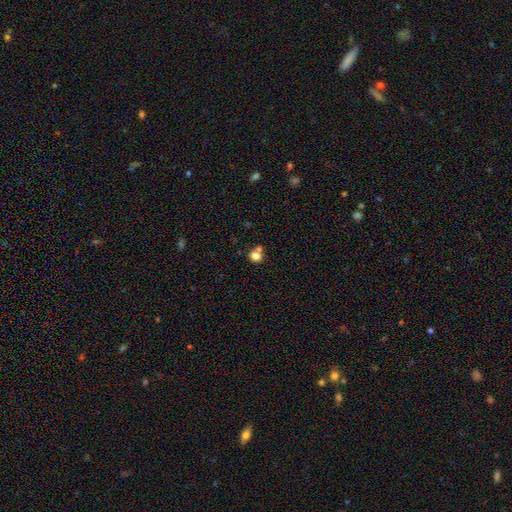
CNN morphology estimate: smooth 80%, star or artifact 13%, featured or disk 7%. Down the decision tree: how rounded — round (78%); merging — none (58%).